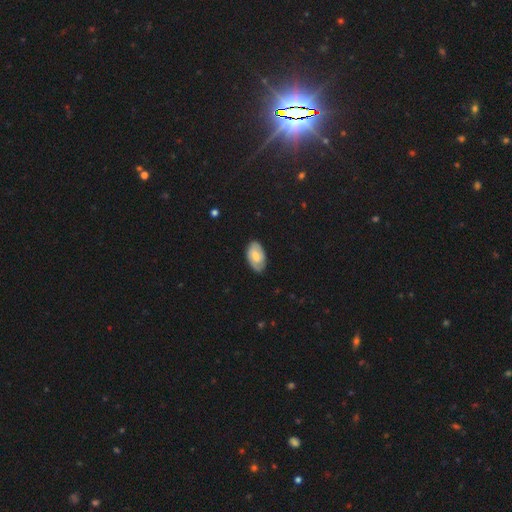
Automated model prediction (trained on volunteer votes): A smooth galaxy with no disk features (50%) that is in between round and cigar-shaped (93%). Merging: none (80%).